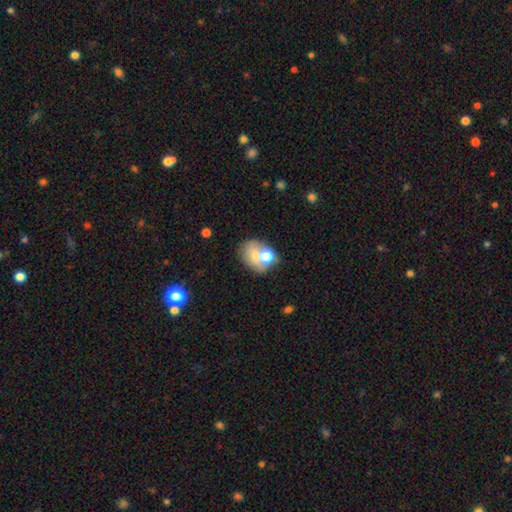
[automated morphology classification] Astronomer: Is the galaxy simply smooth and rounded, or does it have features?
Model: smooth — 64%.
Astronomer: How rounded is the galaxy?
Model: in between — 58% (runner-up: round, 41%).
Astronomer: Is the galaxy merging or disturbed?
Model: merger — 40% (runner-up: none, 34%).